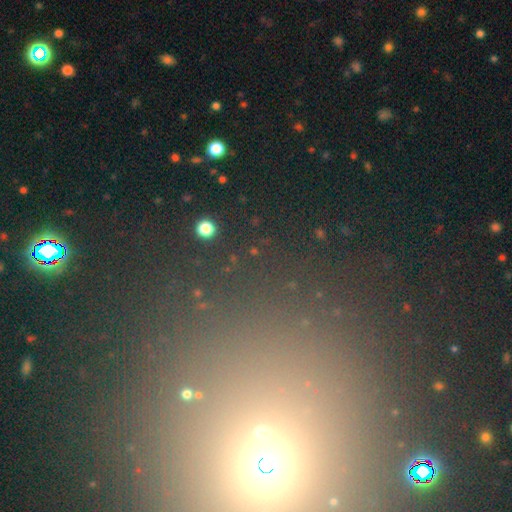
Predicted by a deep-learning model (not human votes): smooth_or_featured: star or artifact (p=0.67) [alt: smooth p=0.24]